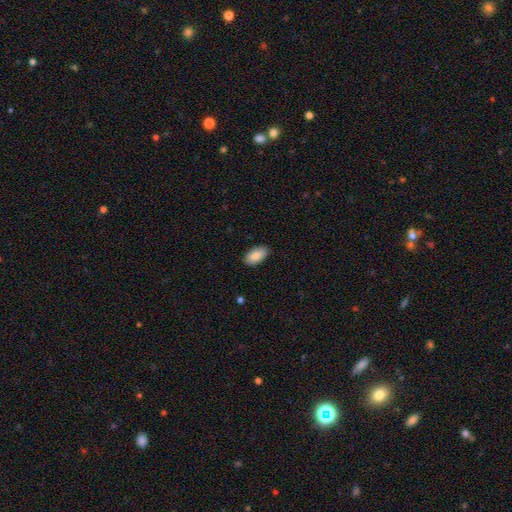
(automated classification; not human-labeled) Smooth or featured? smooth (85%)
How rounded? in between (94%)
Merging? none (88%)